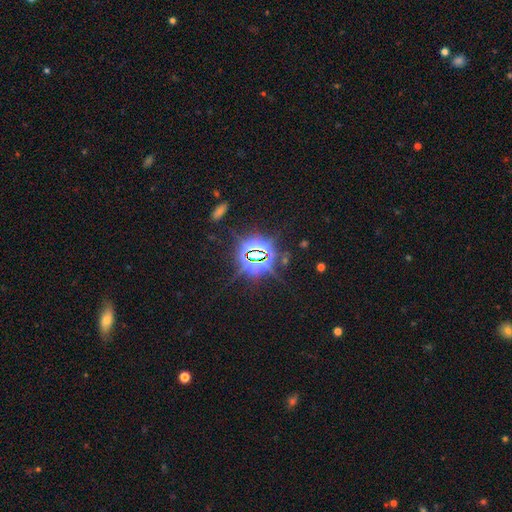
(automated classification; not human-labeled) Overall: star or artifact (83%).